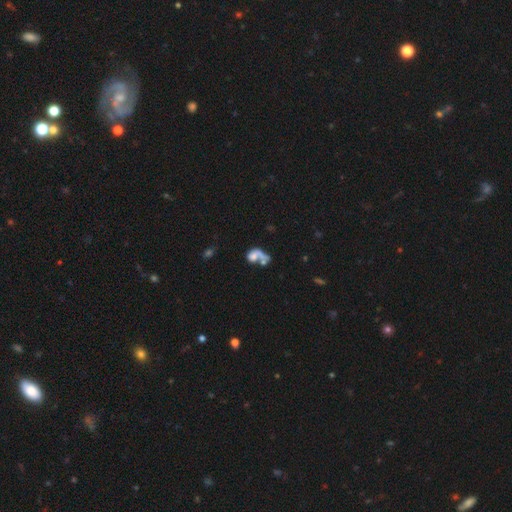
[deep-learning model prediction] Smooth or featured: smooth — 53% (featured or disk — 34%)
How rounded: in between — 66% (round — 29%)
Merging: merger — 49% (major disturbance — 22%)